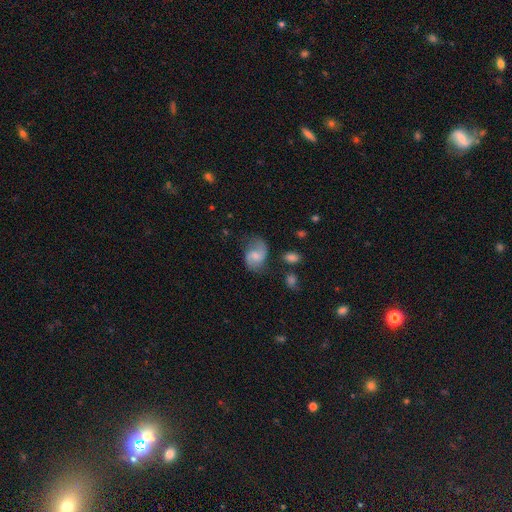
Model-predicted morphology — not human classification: Smooth or featured?
  - featured or disk: 59% *
  - smooth: 33%
  - star or artifact: 8%
Edge-on disk?
  - no: 97% *
  - yes: 3%
Bar?
  - weak: 48% *
  - no: 38%
  - strong: 13%
Spiral arms?
  - yes: 90% *
  - no: 10%
Spiral winding?
  - loose: 53% *
  - medium: 37%
  - tight: 10%
Spiral arm count?
  - 2: 88% *
  - can't tell: 6%
  - 1: 3%
  - 3: 1%
  - 4: 1%
  - more than 4: 1%
Bulge size?
  - small: 43% *
  - moderate: 38%
  - none: 13%
  - large: 4%
  - dominant: 1%
Merging?
  - none: 64% *
  - minor disturbance: 22%
  - major disturbance: 10%
  - merger: 4%